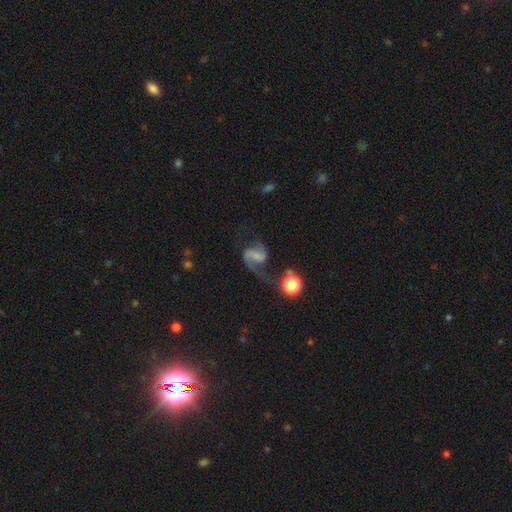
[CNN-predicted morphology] smooth_or_featured: featured or disk (p=0.79) [alt: smooth p=0.13]
disk_edge_on: no (p=0.98) [alt: yes p=0.02]
bar: weak (p=0.45) [alt: no p=0.29]
has_spiral_arms: yes (p=0.95) [alt: no p=0.05]
spiral_winding: loose (p=0.51) [alt: medium p=0.39]
spiral_arm_count: 2 (p=0.83) [alt: 1 p=0.11]
bulge_size: none (p=0.39) [alt: small p=0.35]
merging: none (p=0.49) [alt: major disturbance p=0.24]